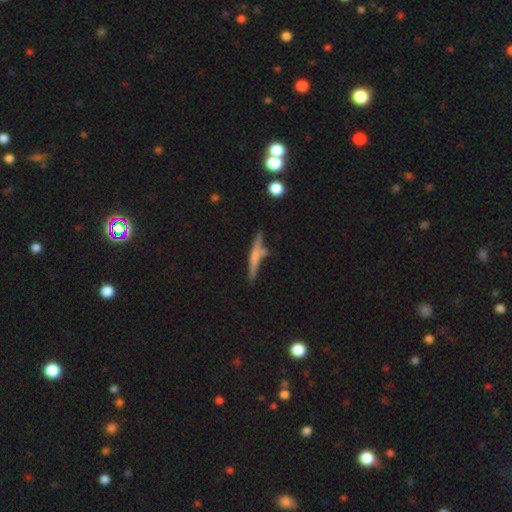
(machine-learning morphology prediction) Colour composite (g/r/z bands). It shows a smooth galaxy with no disk features (51%) that is cigar-shaped (92%). Merging: none (69%).